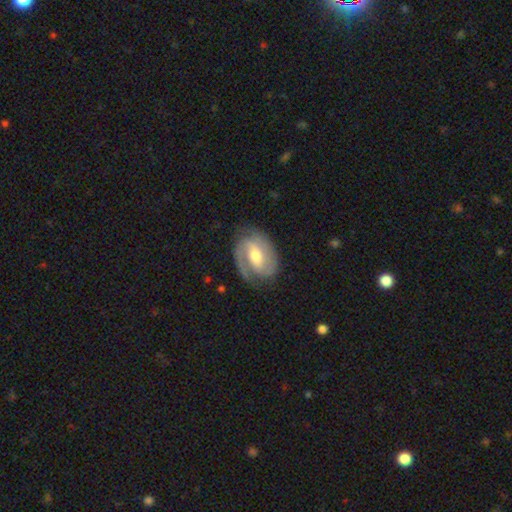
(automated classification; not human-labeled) smooth-or-featured: featured or disk: 82% | smooth: 14% | star or artifact: 5%
  disk-edge-on: no: 97% | yes: 3%
    bar: weak: 46% | strong: 31% | no: 24%
    has-spiral-arms: yes: 94% | no: 6%
      spiral-winding: tight: 45% | medium: 43% | loose: 12%
      spiral-arm-count: 2: 80% | 1: 9% | can't tell: 6% | 3: 2% | 4: 1% | more than 4: 1%
    bulge-size: moderate: 66% | small: 21% | large: 10% | none: 2% | dominant: 1%
  merging: none: 75% | minor disturbance: 17% | major disturbance: 7% | merger: 1%